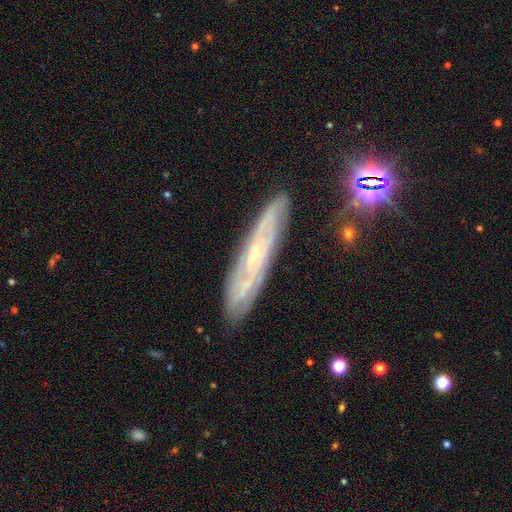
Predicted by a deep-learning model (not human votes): featured or disk 74%, smooth 17%, star or artifact 10%. Down the decision tree: edge-on disk — no (58%); merging — none (84%).